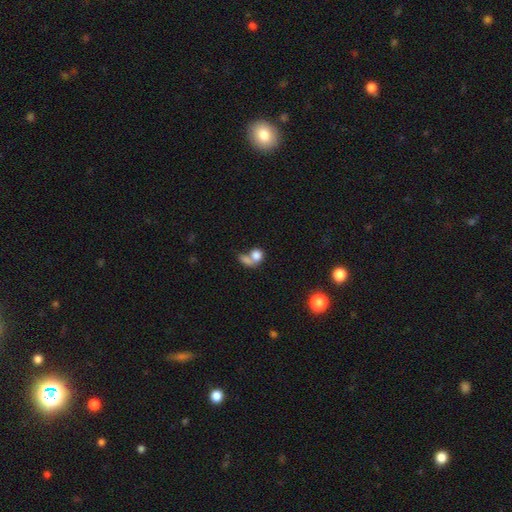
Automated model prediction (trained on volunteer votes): Smooth or featured? Predicted: smooth (p=0.77). How rounded? Predicted: round (p=0.58). Merging? Predicted: merger (p=0.58).